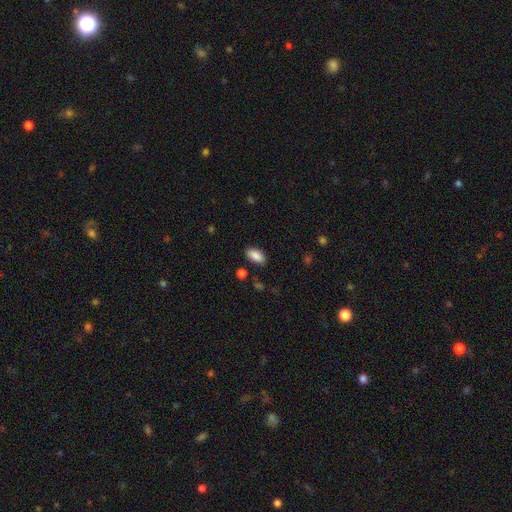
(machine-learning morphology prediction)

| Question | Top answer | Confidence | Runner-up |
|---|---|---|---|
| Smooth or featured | smooth | 88% | star or artifact (7%) |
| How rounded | in between | 92% | cigar-shaped (5%) |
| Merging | none | 85% | minor disturbance (10%) |